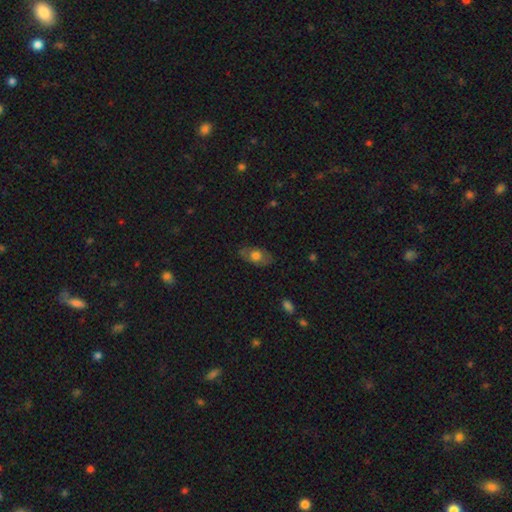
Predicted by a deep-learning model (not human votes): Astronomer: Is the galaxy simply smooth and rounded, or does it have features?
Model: smooth — 64%.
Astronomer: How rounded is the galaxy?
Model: in between — 86%.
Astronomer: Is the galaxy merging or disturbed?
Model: none — 75%.